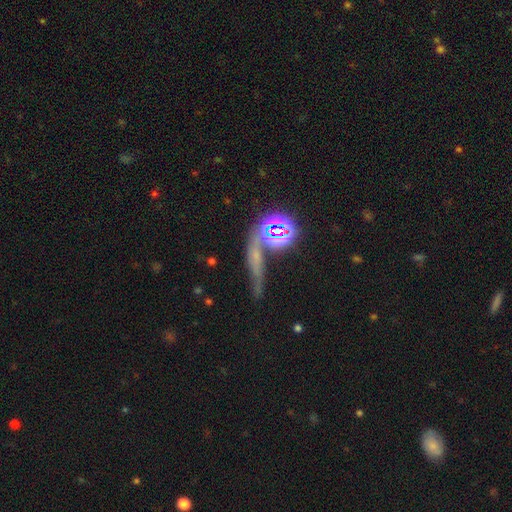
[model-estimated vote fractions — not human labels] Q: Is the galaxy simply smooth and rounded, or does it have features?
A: star or artifact — 46%.